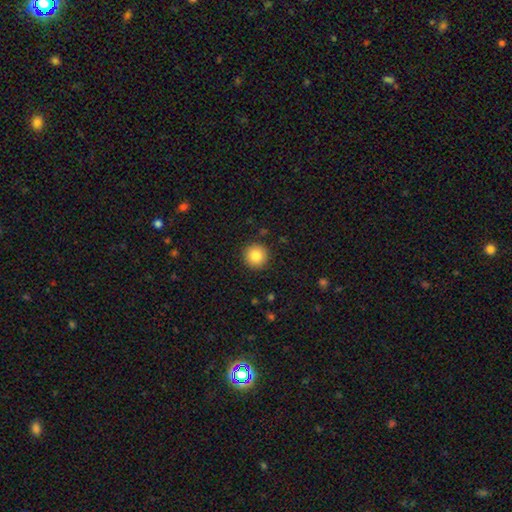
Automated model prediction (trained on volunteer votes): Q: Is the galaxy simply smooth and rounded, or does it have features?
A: smooth — 85%.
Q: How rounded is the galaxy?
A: round — 95%.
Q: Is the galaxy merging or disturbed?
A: none — 91%.